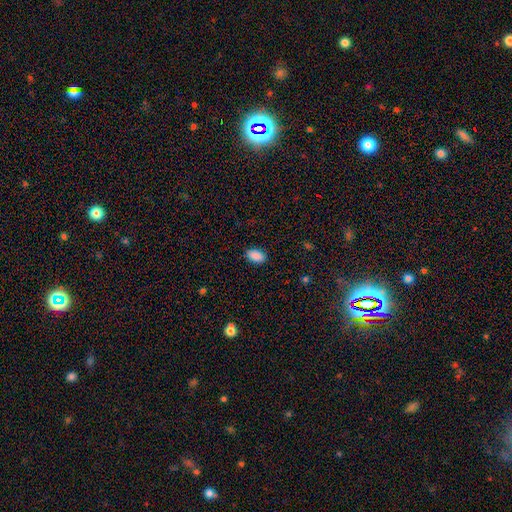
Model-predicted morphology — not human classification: The model was most divided on "merging": none: 87%, minor disturbance: 10%, major disturbance: 2%, merger: 1%. More confident: how rounded — in between (93%); smooth or featured — smooth (88%).